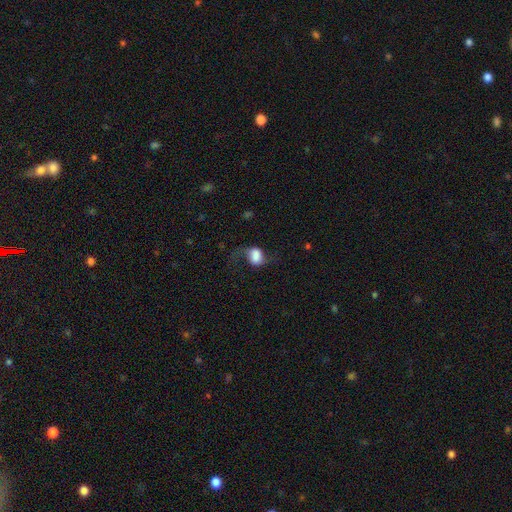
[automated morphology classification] A smooth galaxy with no disk features (61%) that is in between round and cigar-shaped (60%). Merging: none (41%).